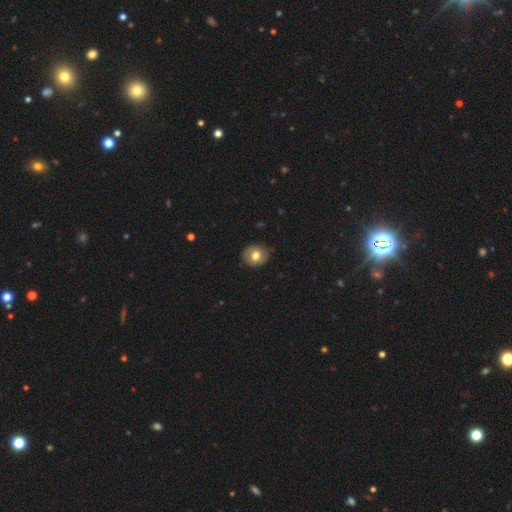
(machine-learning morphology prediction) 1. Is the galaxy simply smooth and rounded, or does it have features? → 71% smooth, 21% featured or disk, 8% star or artifact.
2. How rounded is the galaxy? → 67% round, 32% in between, 1% cigar-shaped.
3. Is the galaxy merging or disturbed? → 84% none, 13% minor disturbance, 2% major disturbance, 1% merger.